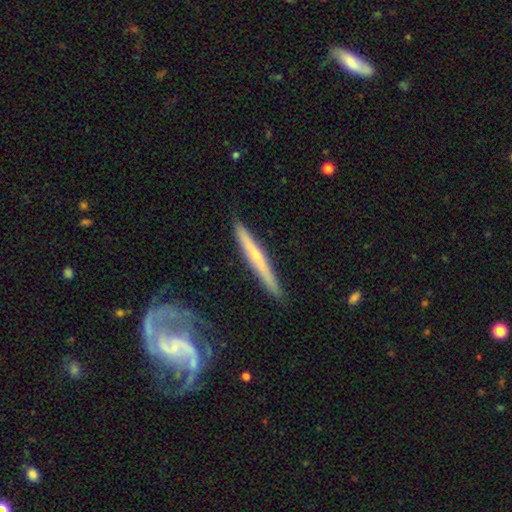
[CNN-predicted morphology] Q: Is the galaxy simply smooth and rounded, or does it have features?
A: featured or disk — 59%.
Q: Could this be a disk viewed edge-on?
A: yes — 92%.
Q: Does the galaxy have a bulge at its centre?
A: none — 54%.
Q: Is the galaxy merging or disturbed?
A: none — 86%.